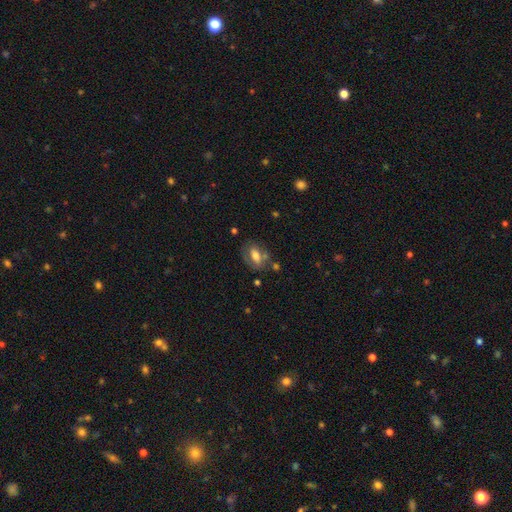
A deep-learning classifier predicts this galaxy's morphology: Smooth or featured: smooth — 54% (featured or disk — 37%)
How rounded: in between — 82% (round — 13%)
Merging: none — 60% (minor disturbance — 20%)